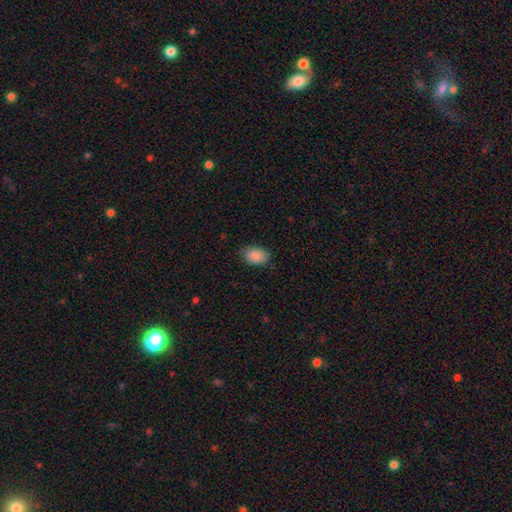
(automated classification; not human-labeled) This appears to be a smooth galaxy with no disk features (89%) that is in between round and cigar-shaped (83%). Merging: none (83%).